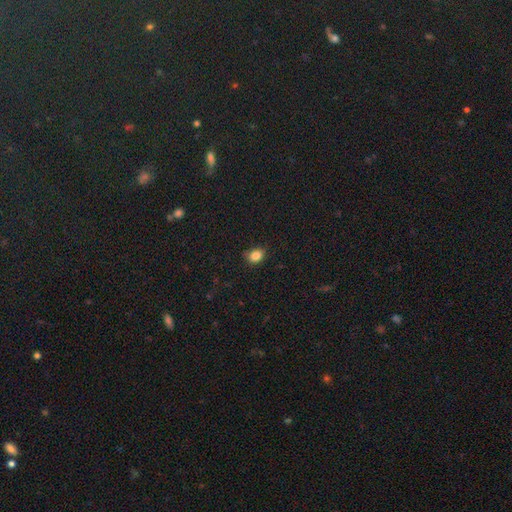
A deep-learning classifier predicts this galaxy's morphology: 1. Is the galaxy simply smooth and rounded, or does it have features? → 85% smooth, 11% star or artifact, 4% featured or disk.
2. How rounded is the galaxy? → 53% in between, 46% round, 1% cigar-shaped.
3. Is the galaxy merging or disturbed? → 80% none, 16% minor disturbance, 3% major disturbance, 1% merger.